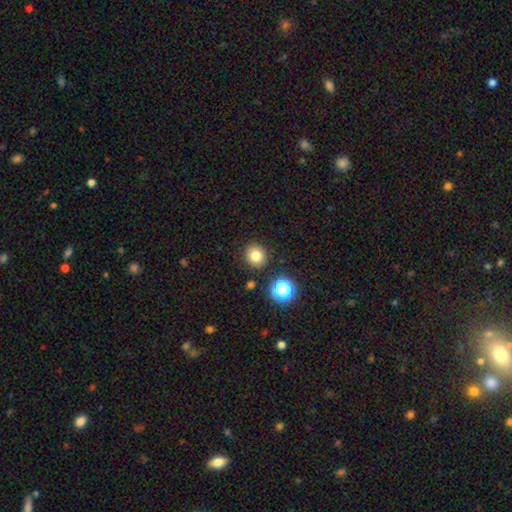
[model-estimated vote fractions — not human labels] smooth_or_featured: smooth (p=0.80) [alt: star or artifact p=0.13]
how_rounded: round (p=0.86) [alt: in between p=0.13]
merging: none (p=0.88) [alt: minor disturbance p=0.07]